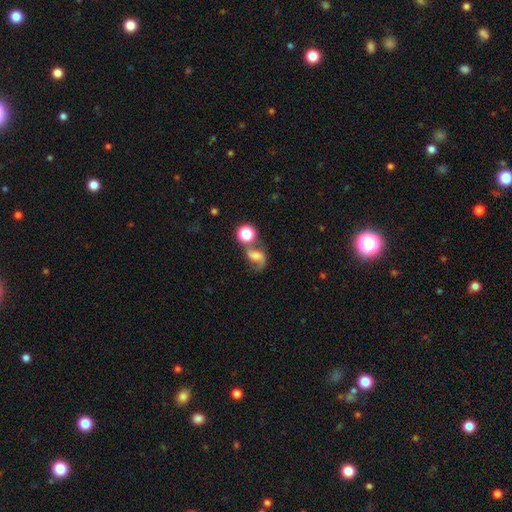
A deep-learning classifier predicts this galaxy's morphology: Smooth or featured? Predicted: featured or disk (p=0.48). Merging? Predicted: none (p=0.36).